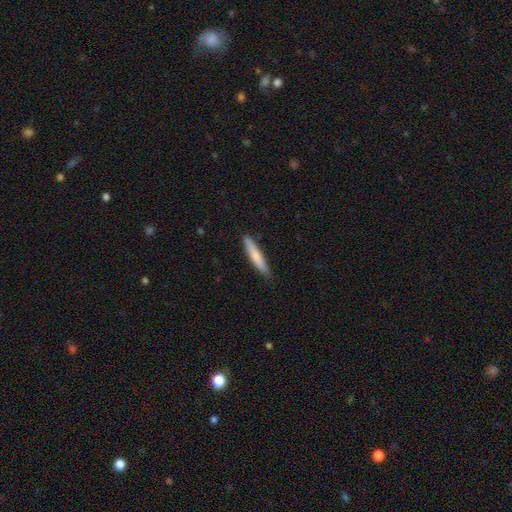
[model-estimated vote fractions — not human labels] A smooth galaxy with no disk features (76%) that is cigar-shaped (91%). Merging: none (87%).